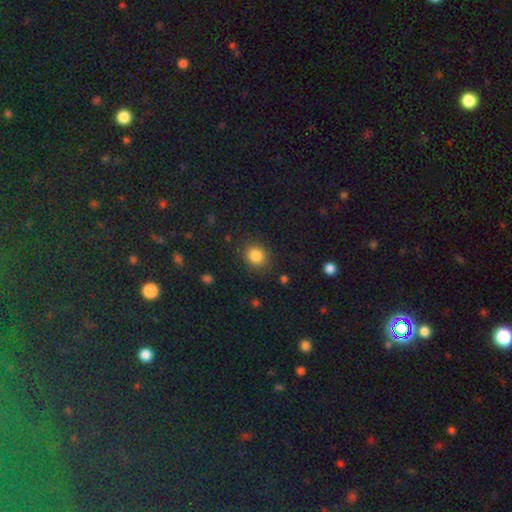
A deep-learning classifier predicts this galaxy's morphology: Smooth or featured: smooth — 85% (star or artifact — 11%)
How rounded: round — 75% (in between — 24%)
Merging: none — 87% (minor disturbance — 9%)